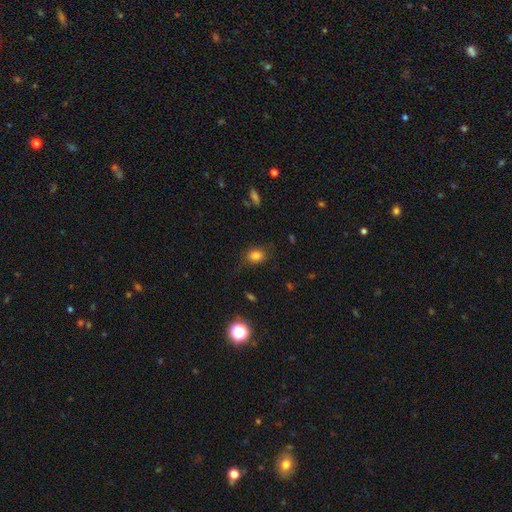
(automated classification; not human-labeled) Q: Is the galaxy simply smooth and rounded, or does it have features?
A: smooth — 80%.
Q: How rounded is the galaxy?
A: in between — 53%.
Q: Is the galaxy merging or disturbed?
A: none — 78%.